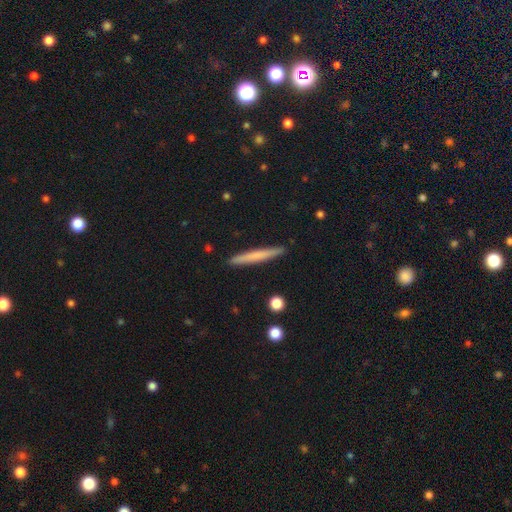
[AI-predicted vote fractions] Morphology: type=smooth (63%); roundness=cigar-shaped (97%); merging=none (92%).